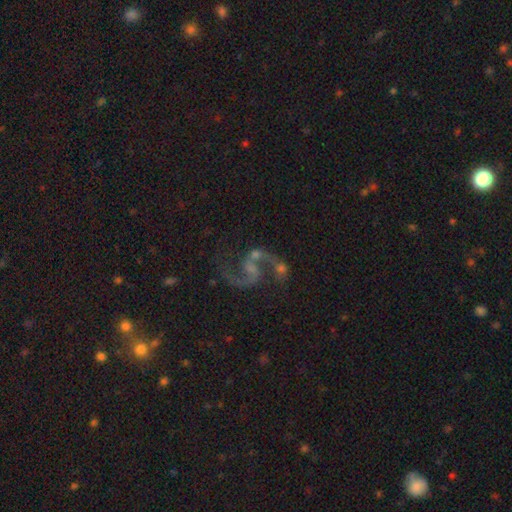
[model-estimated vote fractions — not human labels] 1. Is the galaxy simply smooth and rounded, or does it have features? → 89% featured or disk, 7% star or artifact, 4% smooth.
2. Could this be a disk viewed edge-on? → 98% no, 2% yes.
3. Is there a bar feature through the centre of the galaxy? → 45% no, 43% weak, 13% strong.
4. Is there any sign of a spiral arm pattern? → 97% yes, 3% no.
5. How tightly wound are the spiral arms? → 61% loose, 34% medium, 5% tight.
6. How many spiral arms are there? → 92% 2, 3% 1, 2% can't tell, 1% 3, 1% 4, 1% more than 4.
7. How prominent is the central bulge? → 40% small, 33% none, 22% moderate, 3% large, 1% dominant.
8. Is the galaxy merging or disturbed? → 57% none, 17% merger, 13% minor disturbance, 13% major disturbance.